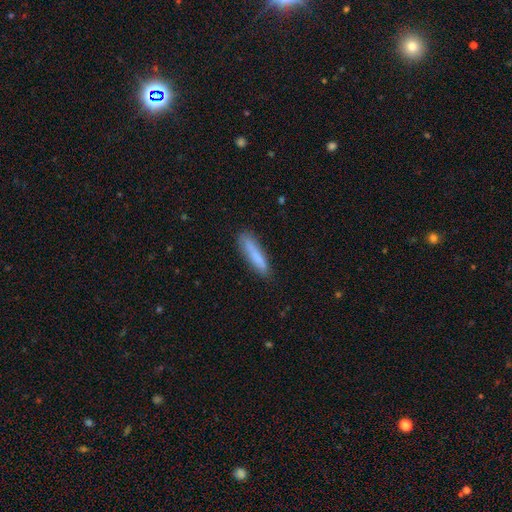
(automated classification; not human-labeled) smooth_or_featured: smooth (p=0.80) [alt: featured or disk p=0.13]
how_rounded: cigar-shaped (p=0.86) [alt: in between p=0.12]
merging: none (p=0.81) [alt: minor disturbance p=0.14]